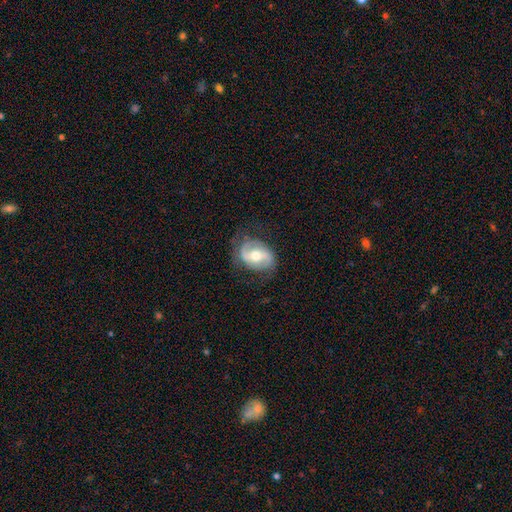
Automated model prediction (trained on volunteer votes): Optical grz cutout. It shows a featured or disk galaxy (74%) with a weak bar (40%), 2 (85%) medium (43%) spiral arms (85%) and a moderate central bulge (71%). Merging: none (72%).